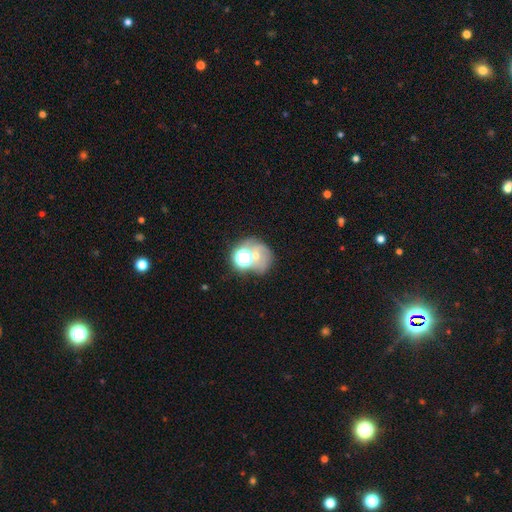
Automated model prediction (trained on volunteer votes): Smooth or featured? Predicted: smooth (p=0.39). Merging? Predicted: none (p=0.52).